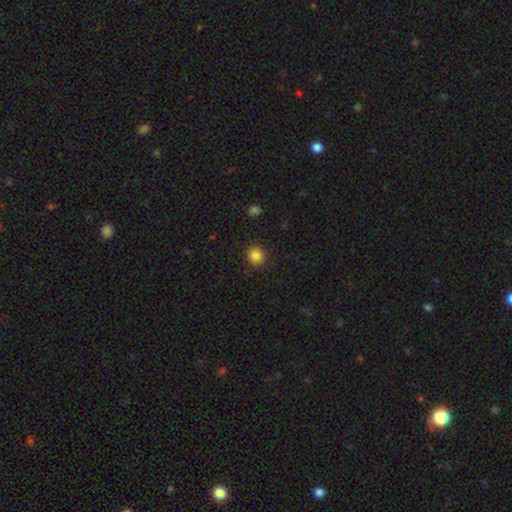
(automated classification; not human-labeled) Smooth or featured? Predicted: smooth (p=0.84). How rounded? Predicted: round (p=0.85). Merging? Predicted: none (p=0.90).